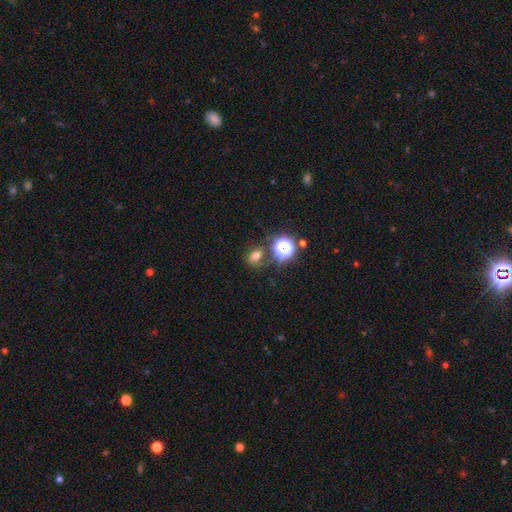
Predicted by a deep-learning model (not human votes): Q: Smooth or featured?
A: smooth (65%); runner-up: star or artifact (24%)
Q: How rounded?
A: in between (53%); runner-up: round (45%)
Q: Merging?
A: none (68%); runner-up: minor disturbance (15%)